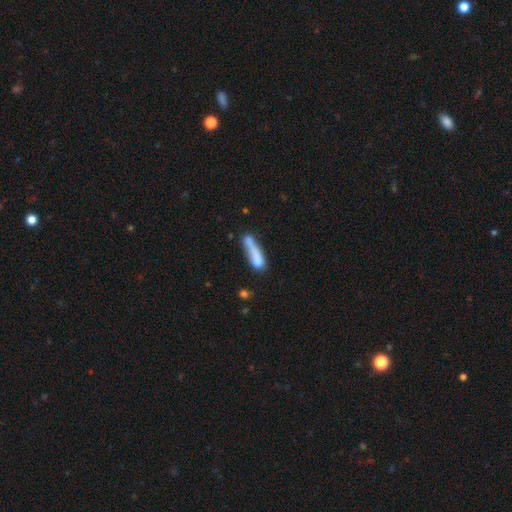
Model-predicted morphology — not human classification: A smooth galaxy with no disk features (69%) that is cigar-shaped (77%). Merging: none (37%).